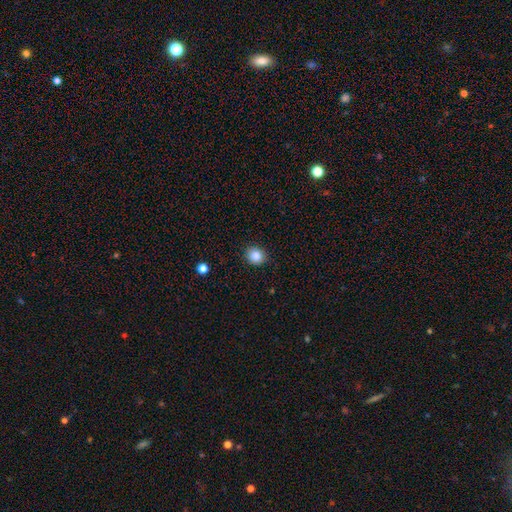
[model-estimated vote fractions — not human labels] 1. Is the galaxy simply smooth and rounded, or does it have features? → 86% smooth, 10% star or artifact, 5% featured or disk.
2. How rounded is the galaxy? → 76% round, 23% in between, 1% cigar-shaped.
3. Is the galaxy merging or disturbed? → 90% none, 7% minor disturbance, 2% major disturbance, 1% merger.